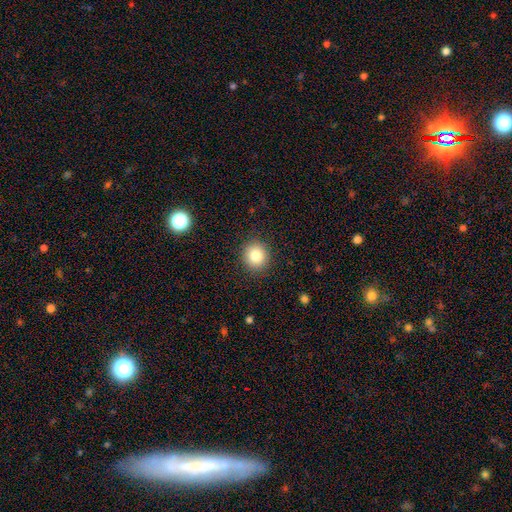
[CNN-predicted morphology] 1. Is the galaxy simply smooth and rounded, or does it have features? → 84% smooth, 10% star or artifact, 6% featured or disk.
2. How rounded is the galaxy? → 86% round, 13% in between, 1% cigar-shaped.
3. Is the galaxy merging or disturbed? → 90% none, 7% minor disturbance, 2% major disturbance, 1% merger.